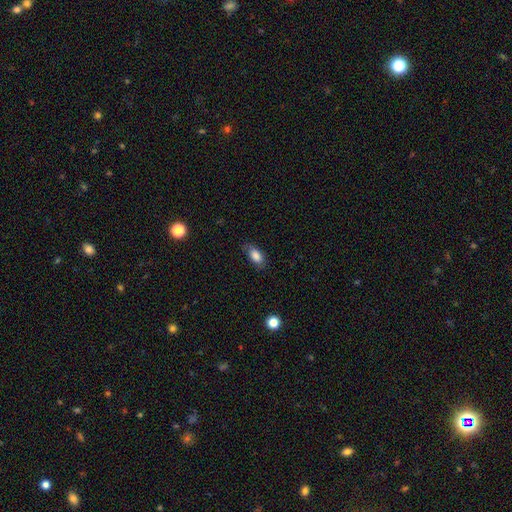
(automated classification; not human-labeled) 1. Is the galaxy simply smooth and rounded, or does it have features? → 83% smooth, 9% featured or disk, 8% star or artifact.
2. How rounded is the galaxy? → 88% in between, 7% cigar-shaped, 5% round.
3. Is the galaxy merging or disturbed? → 73% none, 21% minor disturbance, 5% major disturbance, 1% merger.